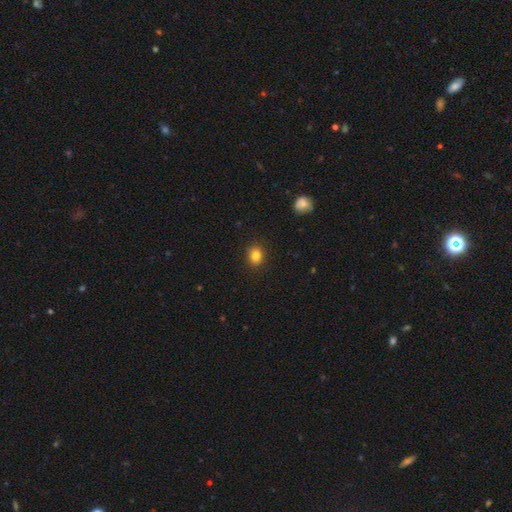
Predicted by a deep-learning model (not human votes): Smooth or featured? smooth (83%)
How rounded? round (67%)
Merging? none (90%)